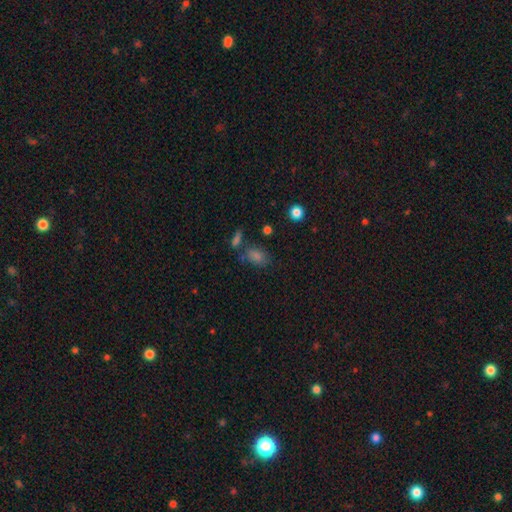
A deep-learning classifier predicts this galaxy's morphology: Overall: smooth (68%). How rounded: in between (80%). Merging: none (63%).